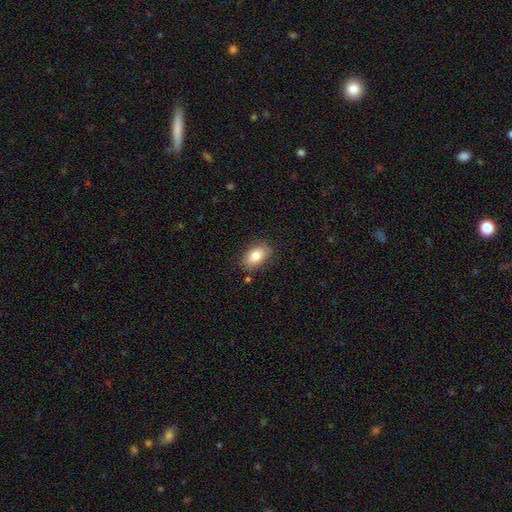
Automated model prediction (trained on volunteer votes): Q: Smooth or featured?
A: smooth (82%); runner-up: featured or disk (11%)
Q: How rounded?
A: in between (90%); runner-up: round (7%)
Q: Merging?
A: none (82%); runner-up: minor disturbance (13%)